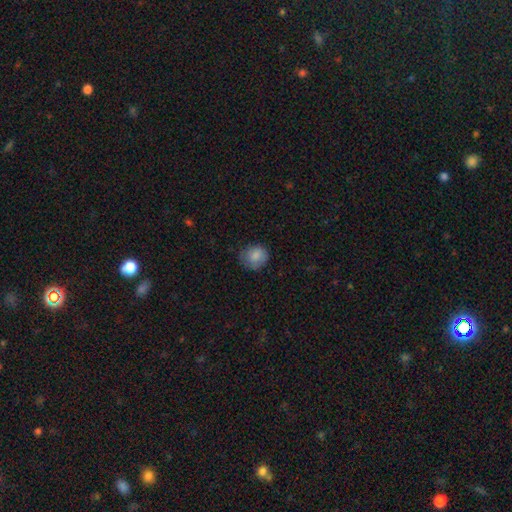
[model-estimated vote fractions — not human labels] smooth 84%, featured or disk 9%, star or artifact 8%. Down the decision tree: how rounded — round (73%); merging — none (74%).